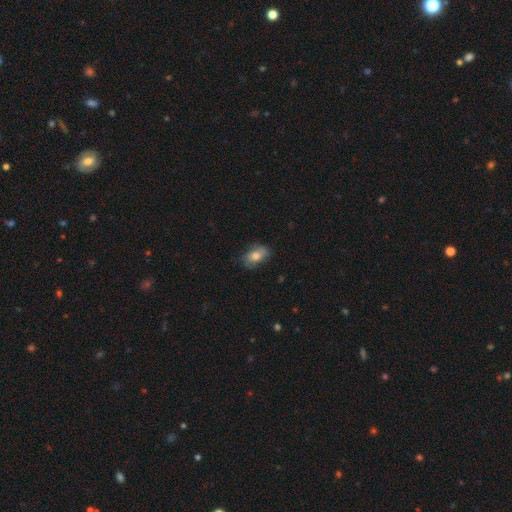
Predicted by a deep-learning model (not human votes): Q: Smooth or featured?
A: smooth (73%); runner-up: featured or disk (19%)
Q: How rounded?
A: in between (86%); runner-up: round (12%)
Q: Merging?
A: none (69%); runner-up: minor disturbance (23%)